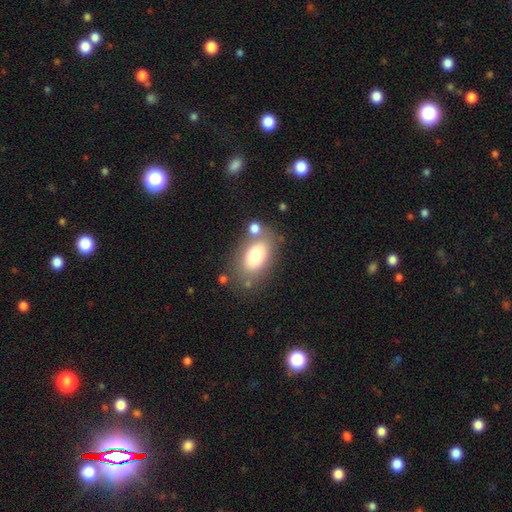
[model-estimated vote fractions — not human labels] Morphology: type=smooth (73%); roundness=in between (88%); merging=none (63%).